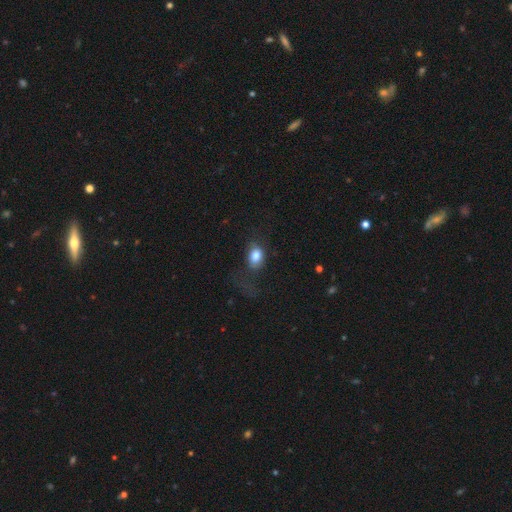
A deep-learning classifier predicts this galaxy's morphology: smooth-or-featured: smooth: 81% | featured or disk: 10% | star or artifact: 9%
  how-rounded: in between: 71% | round: 27% | cigar-shaped: 2%
  merging: none: 48% | major disturbance: 28% | minor disturbance: 22% | merger: 2%